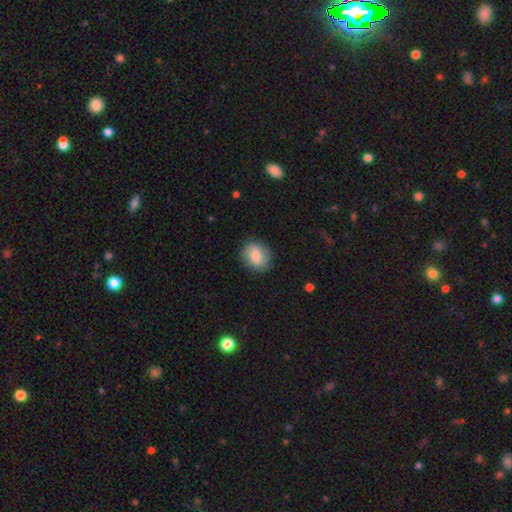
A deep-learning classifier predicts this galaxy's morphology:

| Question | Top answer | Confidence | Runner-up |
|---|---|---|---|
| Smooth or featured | smooth | 77% | featured or disk (16%) |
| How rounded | round | 61% | in between (37%) |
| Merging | none | 85% | minor disturbance (11%) |